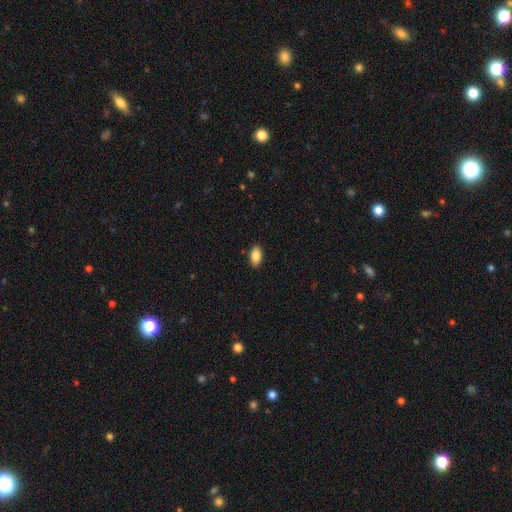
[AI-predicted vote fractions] smooth-or-featured: smooth: 85% | featured or disk: 8% | star or artifact: 7%
  how-rounded: in between: 93% | round: 4% | cigar-shaped: 3%
  merging: none: 90% | minor disturbance: 8% | major disturbance: 2% | merger: 1%